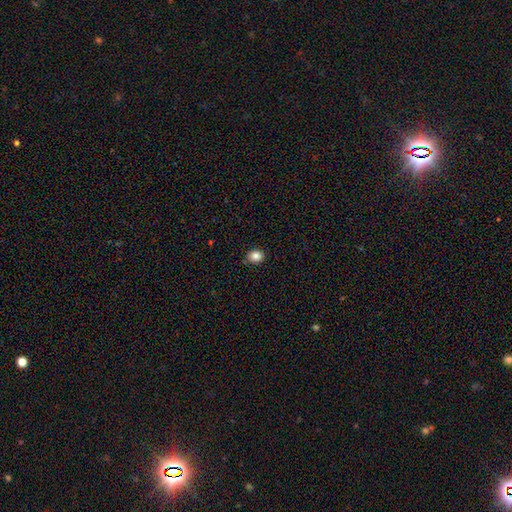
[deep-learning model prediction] Smooth or featured? Predicted: smooth (p=0.84). How rounded? Predicted: round (p=0.64). Merging? Predicted: none (p=0.86).